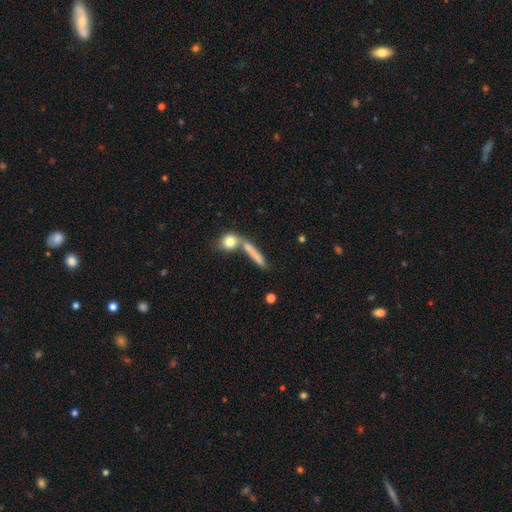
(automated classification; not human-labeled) This appears to be a smooth galaxy with no disk features (72%) that is cigar-shaped (72%). Merging: none (50%).